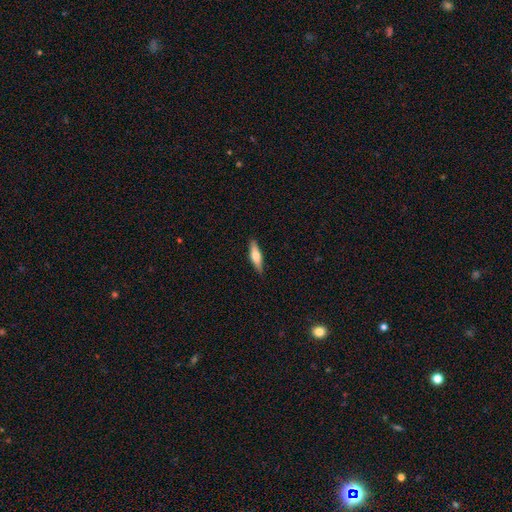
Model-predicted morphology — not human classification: A smooth galaxy with no disk features (57%) that is cigar-shaped (62%).

Vote fractions:
- Smooth or featured? smooth: 57% / featured or disk: 37% / star or artifact: 6%
- How rounded? cigar-shaped: 62% / in between: 36% / round: 2%
- Merging? none: 88% / minor disturbance: 9% / major disturbance: 2% / merger: 1%